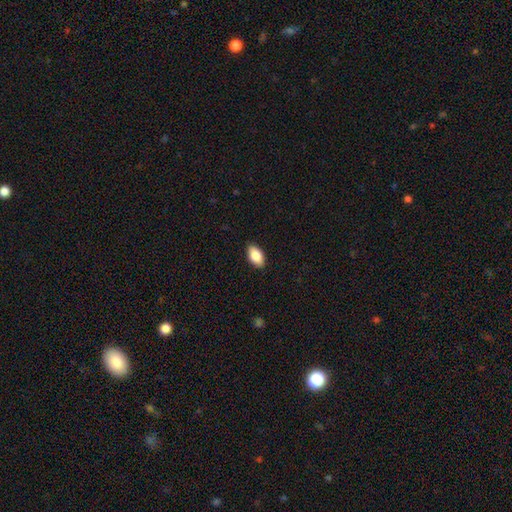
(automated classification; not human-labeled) Smooth or featured?
  - smooth: 87% *
  - featured or disk: 7%
  - star or artifact: 7%
How rounded?
  - in between: 94% *
  - round: 4%
  - cigar-shaped: 3%
Merging?
  - none: 89% *
  - minor disturbance: 9%
  - major disturbance: 2%
  - merger: 1%